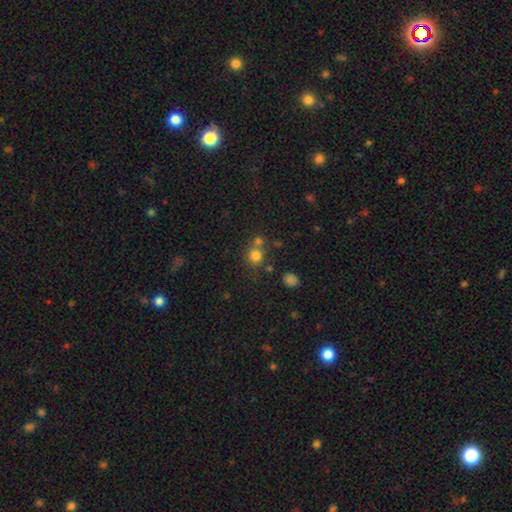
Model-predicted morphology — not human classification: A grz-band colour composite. It shows a smooth galaxy with no disk features (78%) that is round (84%). Merging: none (59%).